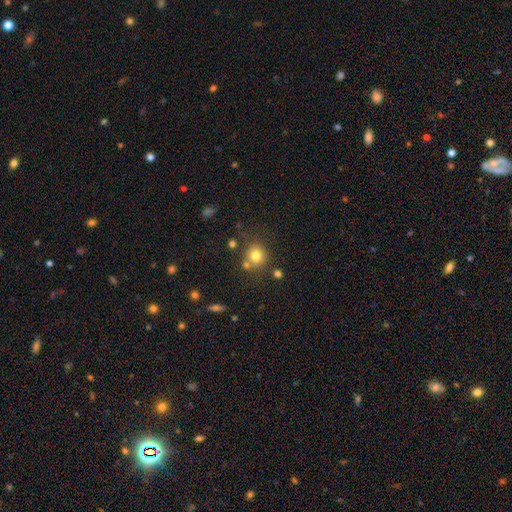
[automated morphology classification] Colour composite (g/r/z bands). It shows a smooth galaxy with no disk features (77%) that is round (87%). Merging: none (71%).